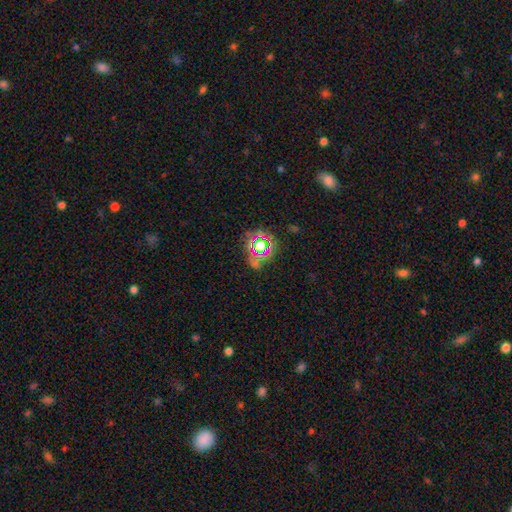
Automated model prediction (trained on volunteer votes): A star or artifact, not a galaxy (71%).

Vote fractions:
- Smooth or featured? star or artifact: 71% / smooth: 18% / featured or disk: 11%